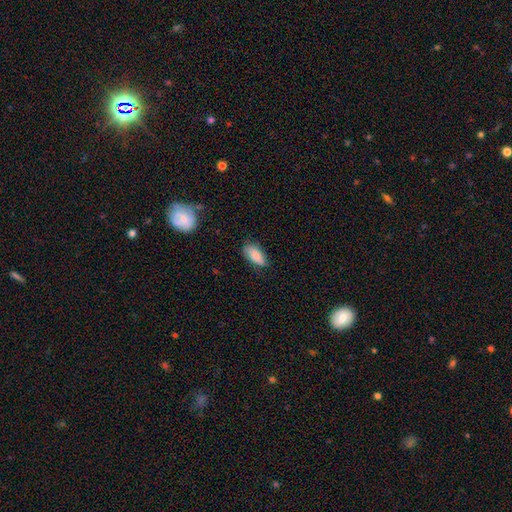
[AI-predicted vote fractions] Q: Smooth or featured?
A: smooth (83%); runner-up: featured or disk (11%)
Q: How rounded?
A: in between (89%); runner-up: cigar-shaped (8%)
Q: Merging?
A: none (70%); runner-up: minor disturbance (24%)